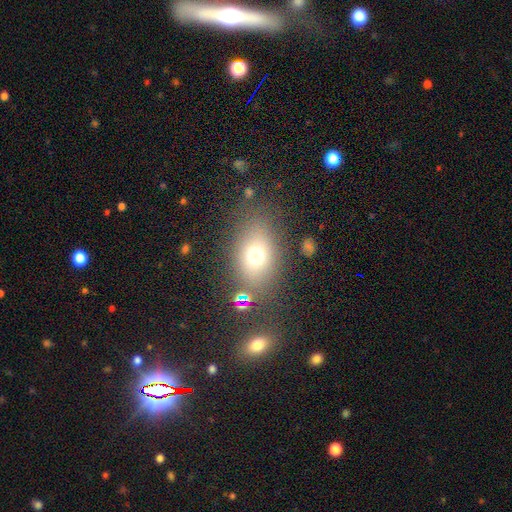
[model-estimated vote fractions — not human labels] Smooth or featured?
  - smooth: 69% *
  - star or artifact: 16%
  - featured or disk: 15%
How rounded?
  - in between: 72% *
  - round: 26%
  - cigar-shaped: 2%
Merging?
  - none: 76% *
  - minor disturbance: 12%
  - major disturbance: 7%
  - merger: 5%